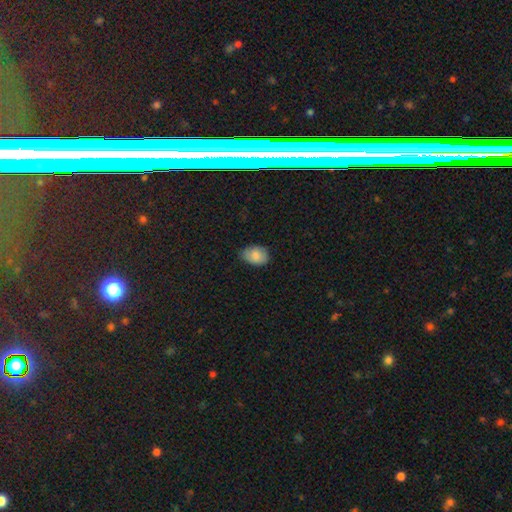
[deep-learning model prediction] This appears to be a smooth galaxy with no disk features (83%) that is in between round and cigar-shaped (78%). Merging: none (68%).